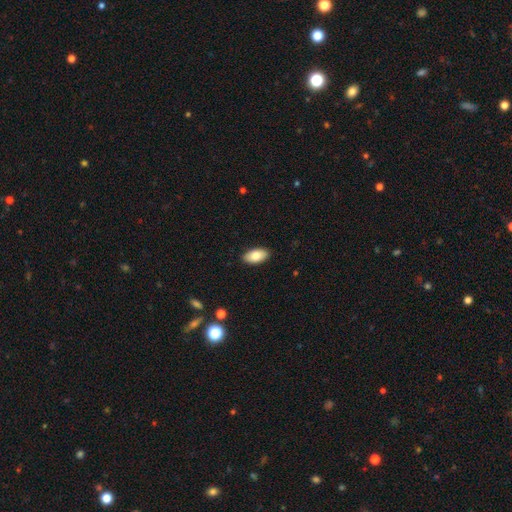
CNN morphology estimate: Smooth or featured?
  - smooth: 81% *
  - featured or disk: 12%
  - star or artifact: 7%
How rounded?
  - in between: 94% *
  - round: 3%
  - cigar-shaped: 3%
Merging?
  - none: 89% *
  - minor disturbance: 8%
  - major disturbance: 2%
  - merger: 1%